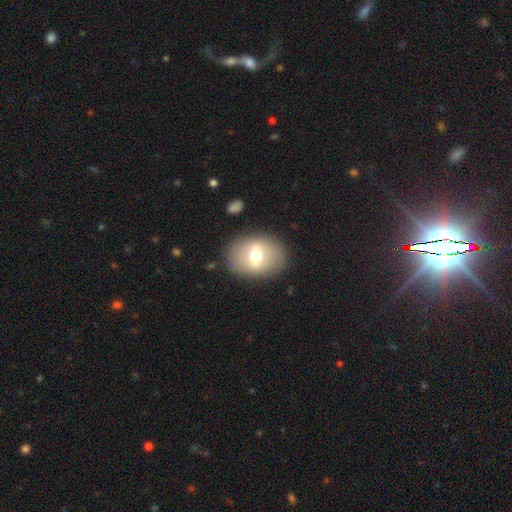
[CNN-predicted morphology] A smooth galaxy with no disk features (57%) that is in between round and cigar-shaped (63%). Merging: none (85%).